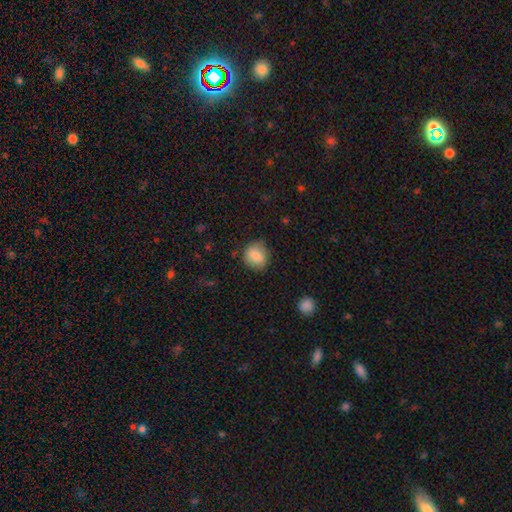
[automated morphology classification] This appears to be a smooth galaxy with no disk features (81%) that is round (74%). Merging: none (75%).